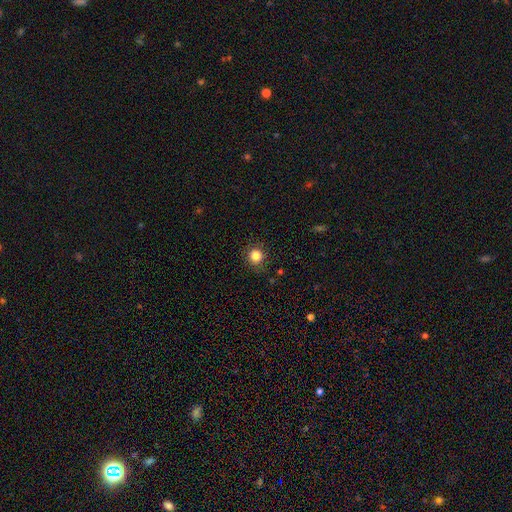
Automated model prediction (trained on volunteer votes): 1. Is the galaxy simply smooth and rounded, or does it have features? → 84% smooth, 11% star or artifact, 5% featured or disk.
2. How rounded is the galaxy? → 93% round, 6% in between, 1% cigar-shaped.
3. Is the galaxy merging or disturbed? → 85% none, 10% minor disturbance, 3% major disturbance, 1% merger.